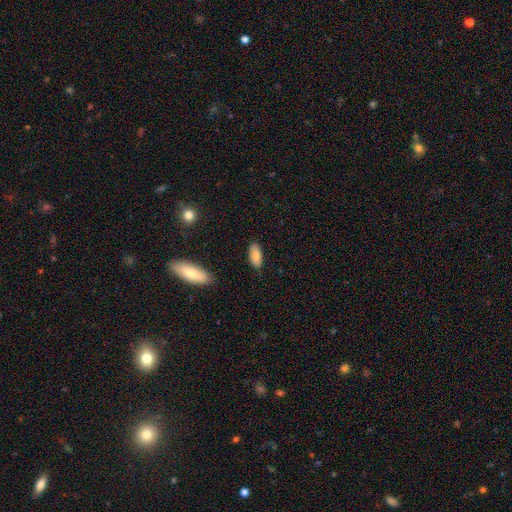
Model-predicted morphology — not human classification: Overall: smooth (84%). How rounded: in between (86%). Merging: none (85%).